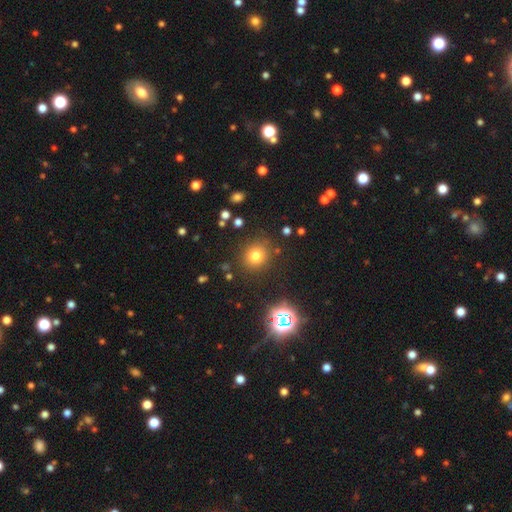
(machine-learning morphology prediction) This is likely a smooth galaxy (74%). How rounded: clearly round (86%). Merging: clearly none (85%).